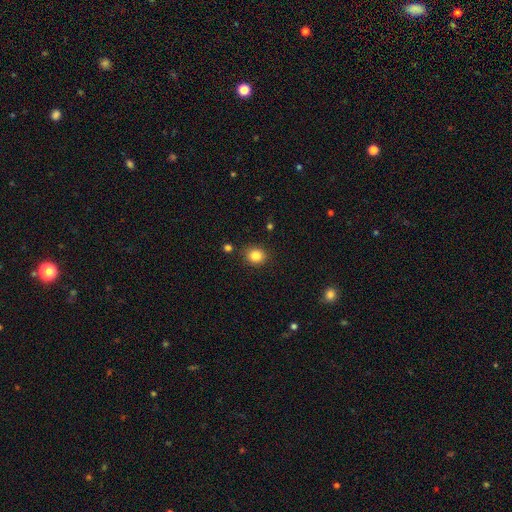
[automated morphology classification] This appears to be a smooth galaxy with no disk features (84%) that is round (73%). Merging: none (86%).